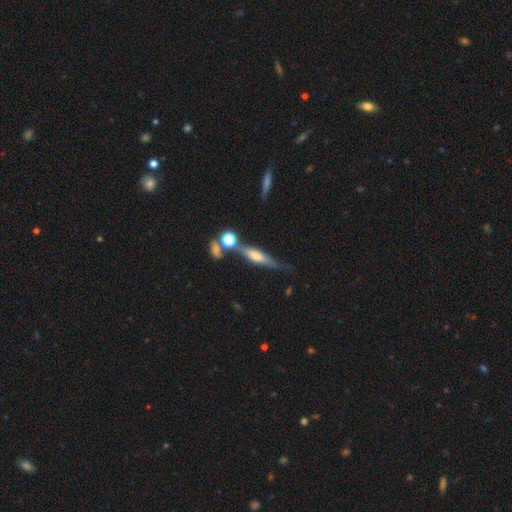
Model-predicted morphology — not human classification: A featured or disk galaxy (64%) viewed edge-on (93%) with a rounded central bulge (71%). Merging: none (67%).